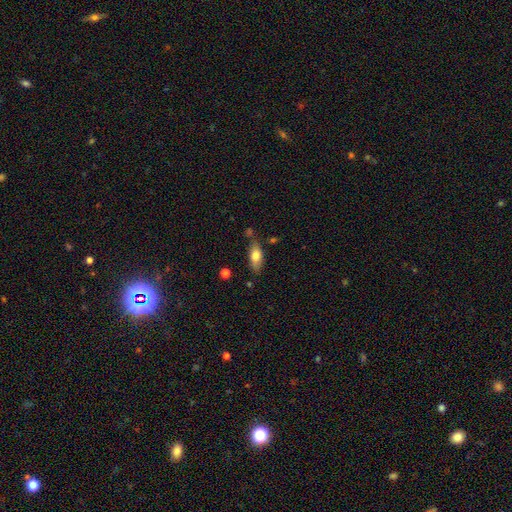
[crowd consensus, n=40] This is likely a smooth galaxy (65%). How rounded: likely in between (69%). Merging: clearly none (84%).